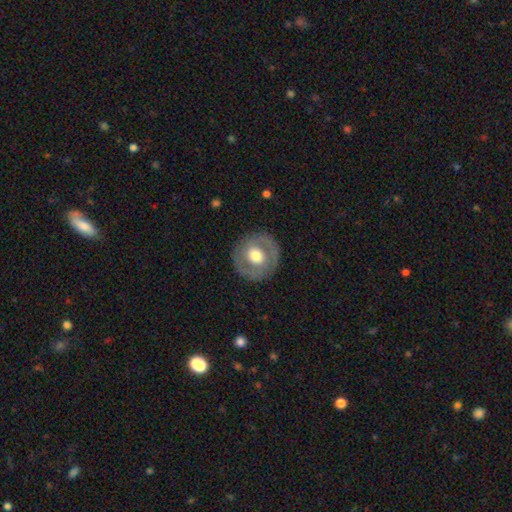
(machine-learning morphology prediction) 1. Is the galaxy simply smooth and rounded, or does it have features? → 55% featured or disk, 39% smooth, 6% star or artifact.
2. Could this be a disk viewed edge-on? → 96% no, 4% yes.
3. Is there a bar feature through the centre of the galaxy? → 62% no, 28% weak, 10% strong.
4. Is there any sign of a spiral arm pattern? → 56% no, 44% yes.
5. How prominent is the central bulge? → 67% moderate, 23% large, 7% small, 2% dominant, 1% none.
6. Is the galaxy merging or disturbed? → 85% none, 9% minor disturbance, 4% major disturbance, 1% merger.